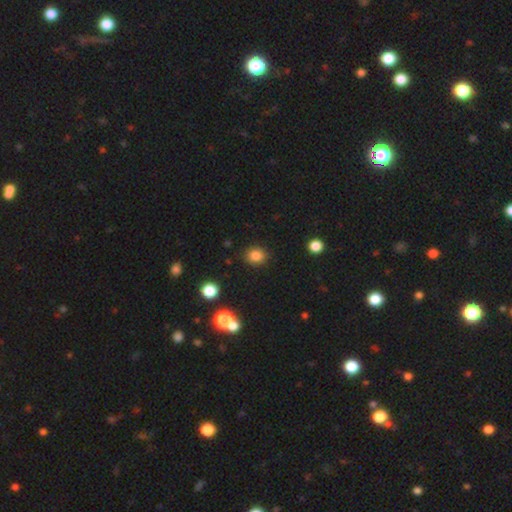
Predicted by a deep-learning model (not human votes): Morphology: type=smooth (83%); roundness=round (70%); merging=none (88%).